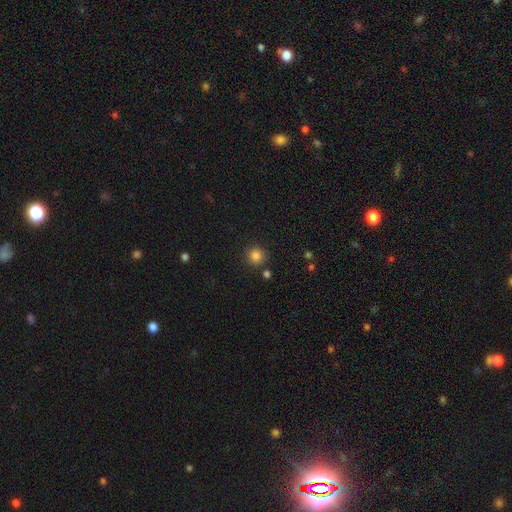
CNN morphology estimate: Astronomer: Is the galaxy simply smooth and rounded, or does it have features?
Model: smooth — 84%.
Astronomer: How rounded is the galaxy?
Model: round — 93%.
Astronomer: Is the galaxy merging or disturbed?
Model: none — 87%.